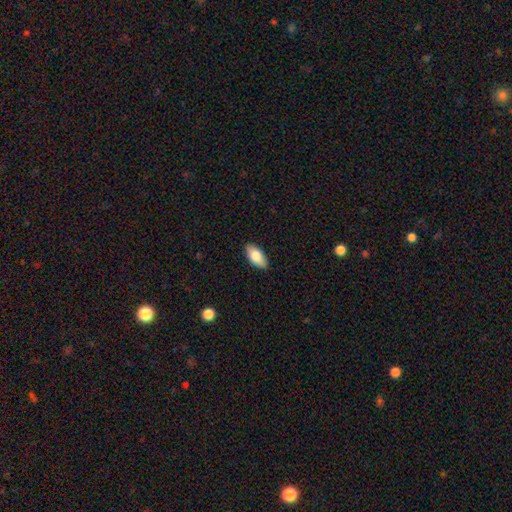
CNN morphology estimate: A smooth galaxy with no disk features (80%) that is in between round and cigar-shaped (92%). Merging: none (89%).